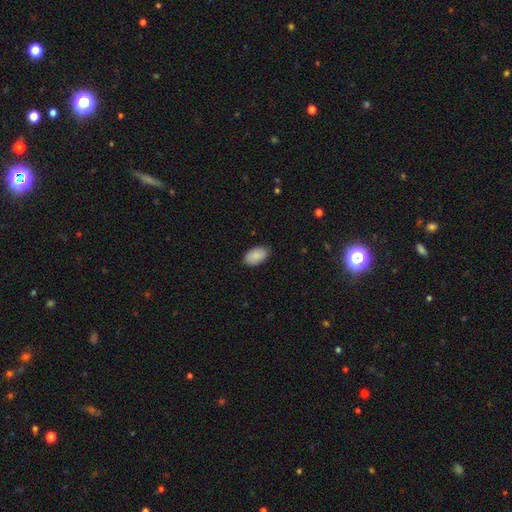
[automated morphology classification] Smooth or featured: smooth — 89% (star or artifact — 7%)
How rounded: in between — 94% (round — 4%)
Merging: none — 85% (minor disturbance — 12%)